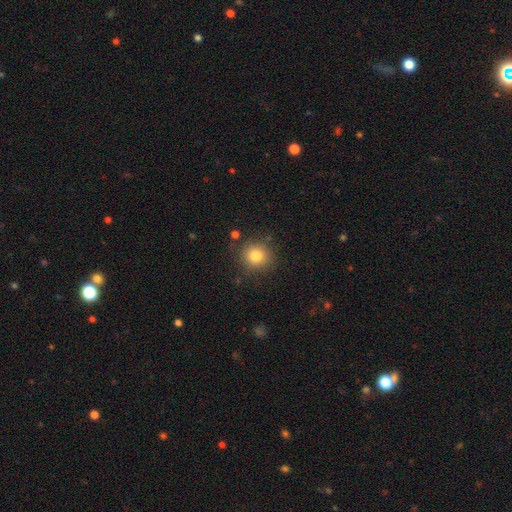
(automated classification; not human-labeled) The model was most divided on "smooth or featured": smooth: 80%, star or artifact: 12%, featured or disk: 8%. More confident: how rounded — round (91%); merging — none (85%).